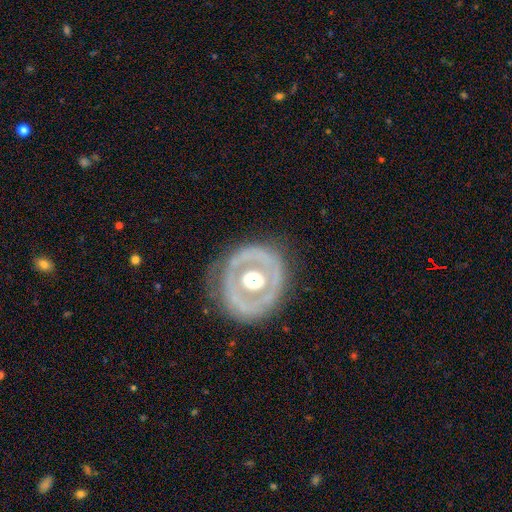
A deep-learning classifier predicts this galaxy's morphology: The model was most divided on "bulge size": moderate: 55%, large: 37%, dominant: 3%, small: 3%, none: 1%. More confident: edge-on disk — no (94%); bar — no (84%); spiral arms — no (79%); merging — none (77%); smooth or featured — featured or disk (69%).